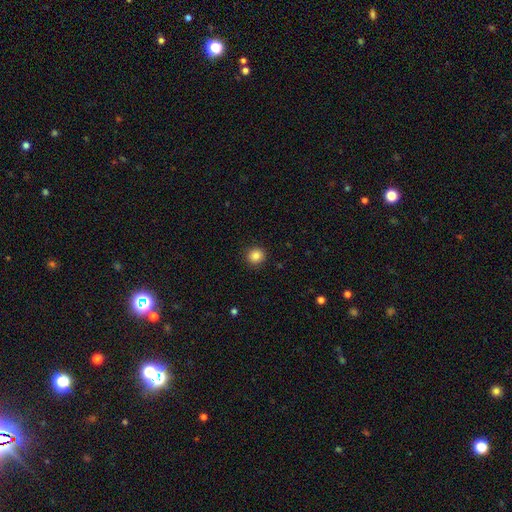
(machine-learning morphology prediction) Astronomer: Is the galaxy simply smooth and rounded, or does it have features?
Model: smooth — 86%.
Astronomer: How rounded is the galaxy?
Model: round — 92%.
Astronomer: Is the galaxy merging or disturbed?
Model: none — 92%.